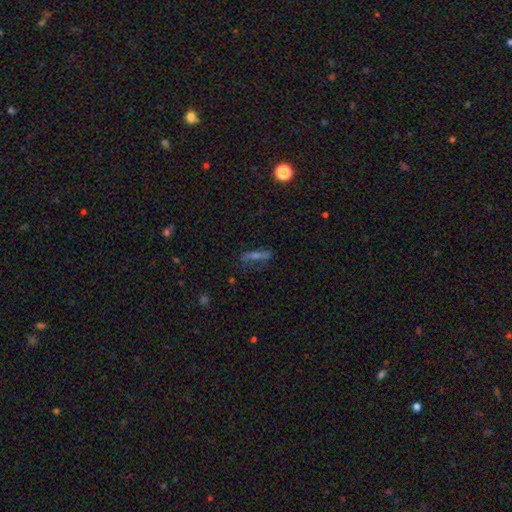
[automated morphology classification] This is marginally a featured or disk galaxy (44%). Merging: likely none (73%).